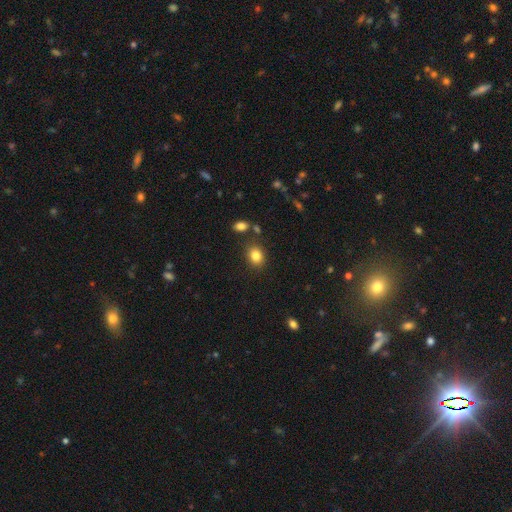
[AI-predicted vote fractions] Smooth or featured? Predicted: smooth (p=0.84). How rounded? Predicted: round (p=0.50). Merging? Predicted: none (p=0.81).